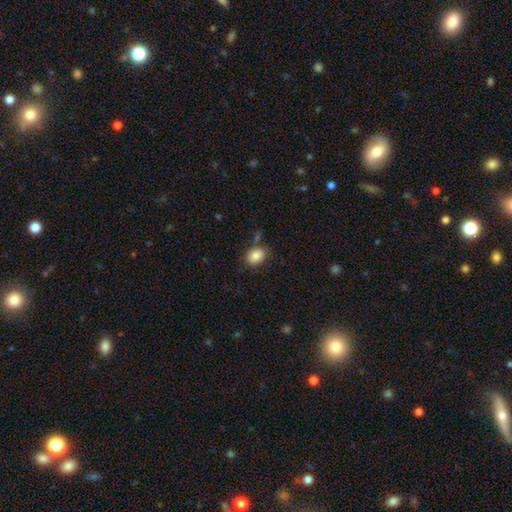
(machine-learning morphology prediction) A smooth galaxy with no disk features (85%) that is in between round and cigar-shaped (68%). Merging: none (73%).